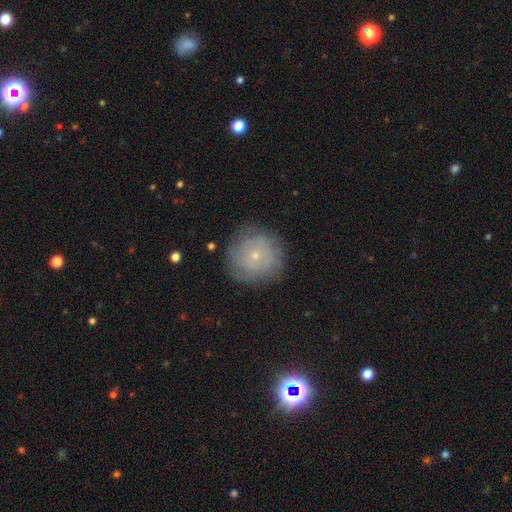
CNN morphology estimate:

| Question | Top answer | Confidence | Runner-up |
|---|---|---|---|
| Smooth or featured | featured or disk | 47% | smooth (42%) |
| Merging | none | 79% | minor disturbance (14%) |